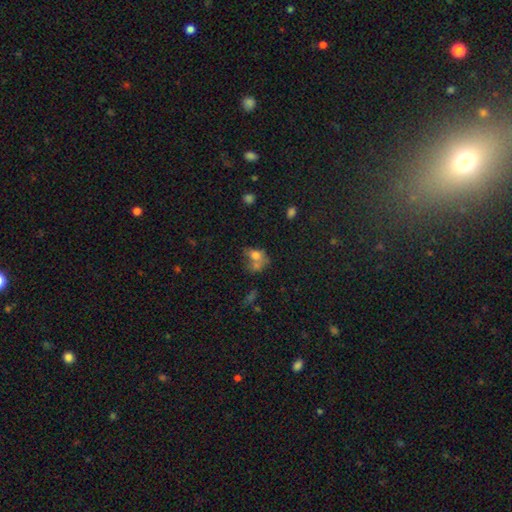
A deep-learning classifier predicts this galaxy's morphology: smooth 66%, featured or disk 20%, star or artifact 14%. Down the decision tree: how rounded — in between (59%); merging — merger (43%).